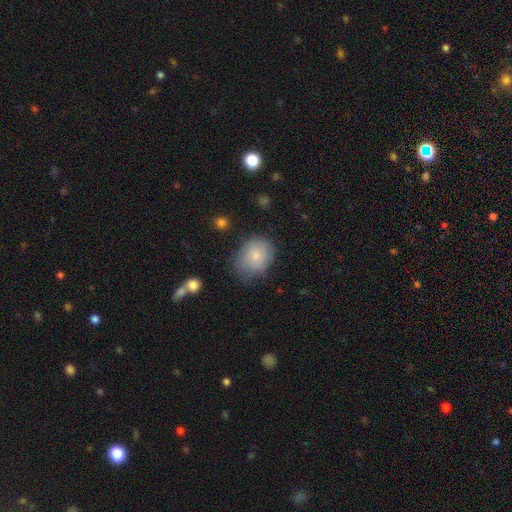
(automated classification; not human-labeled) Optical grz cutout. It shows a smooth galaxy with no disk features (78%) that is in between round and cigar-shaped (50%). Merging: none (56%).